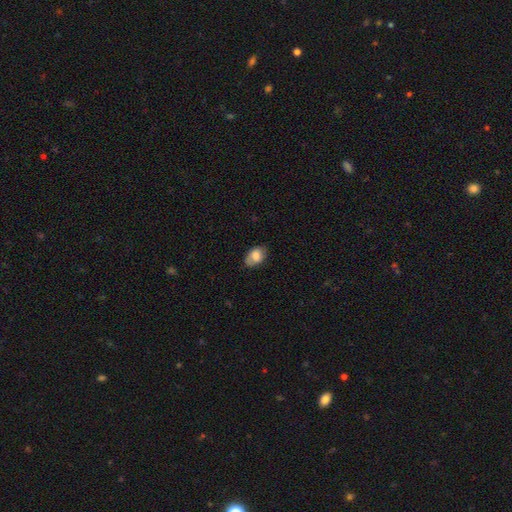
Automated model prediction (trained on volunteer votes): A smooth galaxy with no disk features (75%) that is in between round and cigar-shaped (86%). Merging: none (73%).